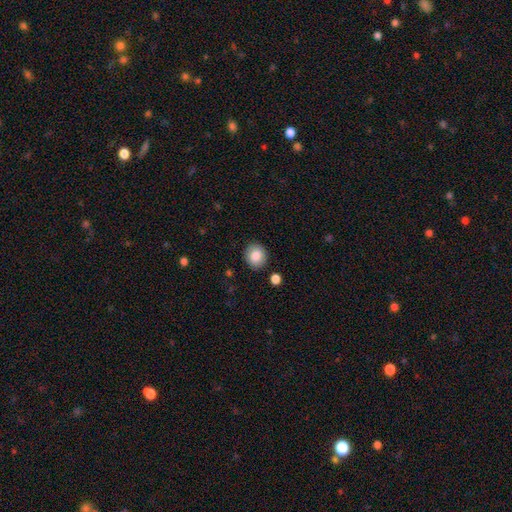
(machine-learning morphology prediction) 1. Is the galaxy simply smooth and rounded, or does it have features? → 84% smooth, 8% star or artifact, 8% featured or disk.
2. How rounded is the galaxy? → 82% round, 17% in between, 1% cigar-shaped.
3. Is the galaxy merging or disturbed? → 89% none, 7% minor disturbance, 2% major disturbance, 2% merger.